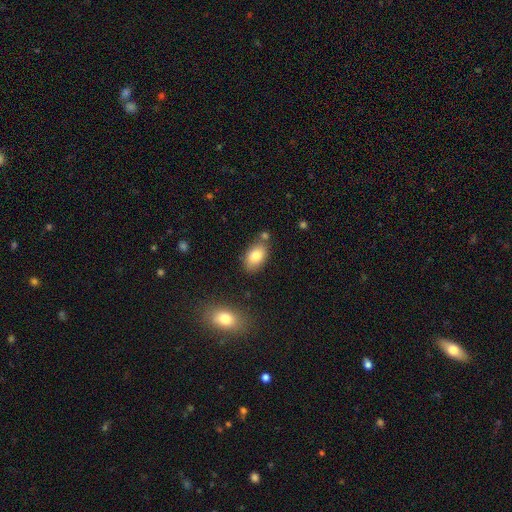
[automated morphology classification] Smooth or featured: smooth — 81% (featured or disk — 11%)
How rounded: in between — 90% (round — 8%)
Merging: none — 71% (minor disturbance — 16%)